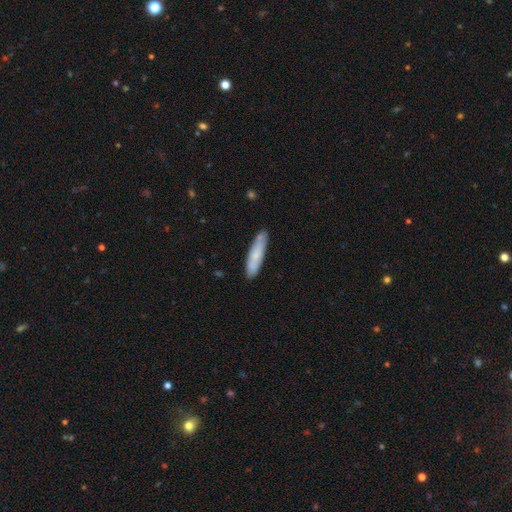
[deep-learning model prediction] A smooth galaxy with no disk features (70%) that is cigar-shaped (79%).

Vote fractions:
- Smooth or featured? smooth: 70% / featured or disk: 25% / star or artifact: 6%
- How rounded? cigar-shaped: 79% / in between: 20% / round: 1%
- Merging? none: 83% / minor disturbance: 13% / major disturbance: 2% / merger: 2%